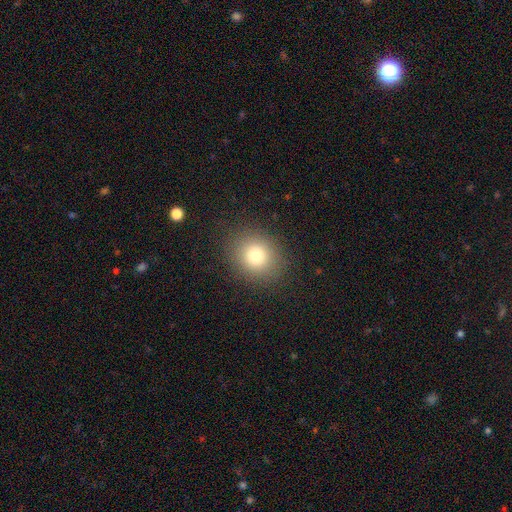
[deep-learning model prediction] The model was most divided on "how rounded": round: 74%, in between: 25%, cigar-shaped: 1%. More confident: merging — none (87%); smooth or featured — smooth (78%).